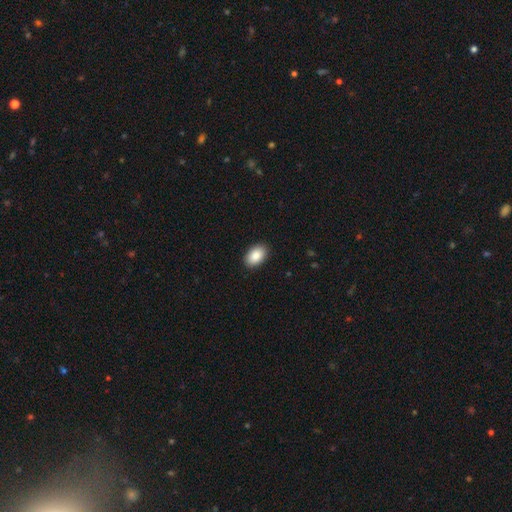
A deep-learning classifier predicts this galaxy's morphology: Smooth or featured? smooth (88%)
How rounded? in between (90%)
Merging? none (90%)